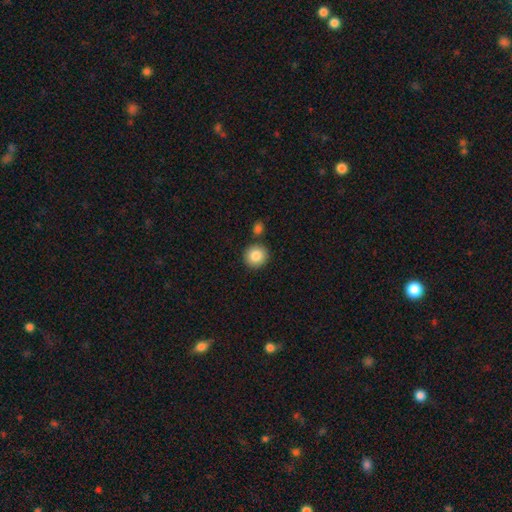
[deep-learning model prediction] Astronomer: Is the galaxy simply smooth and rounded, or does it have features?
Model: smooth — 86%.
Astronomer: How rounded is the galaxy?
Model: round — 92%.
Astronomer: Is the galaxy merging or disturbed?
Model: none — 82%.